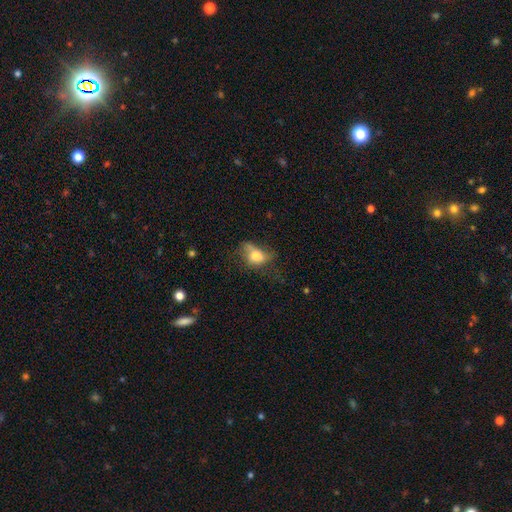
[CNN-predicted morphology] smooth-or-featured: smooth: 68% | featured or disk: 22% | star or artifact: 10%
  how-rounded: in between: 70% | round: 28% | cigar-shaped: 2%
  merging: major disturbance: 34% | none: 31% | minor disturbance: 29% | merger: 7%